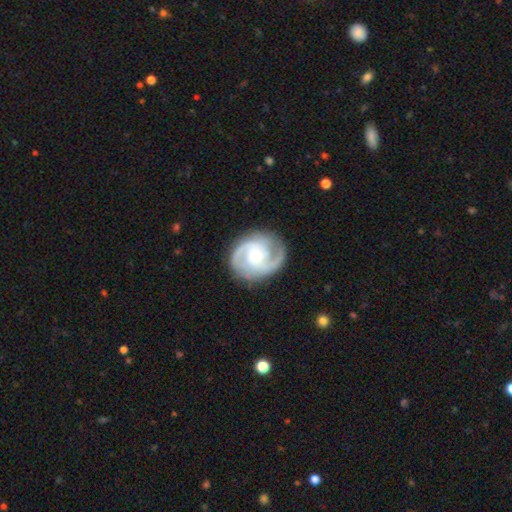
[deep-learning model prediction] smooth-or-featured: featured or disk: 87% | smooth: 8% | star or artifact: 4%
  disk-edge-on: no: 98% | yes: 2%
    bar: no: 62% | weak: 30% | strong: 7%
    has-spiral-arms: yes: 96% | no: 4%
      spiral-winding: medium: 48% | tight: 40% | loose: 12%
      spiral-arm-count: 2: 78% | 3: 9% | can't tell: 6% | 1: 3% | 4: 2% | more than 4: 2%
    bulge-size: moderate: 56% | small: 40% | large: 3% | none: 1% | dominant: 1%
  merging: none: 81% | minor disturbance: 13% | major disturbance: 5% | merger: 1%